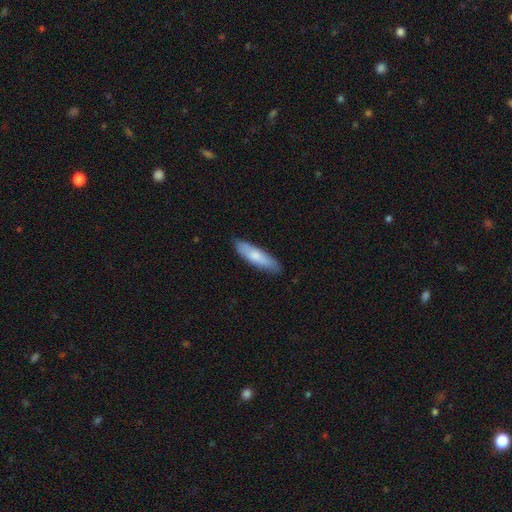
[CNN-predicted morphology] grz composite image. It shows a smooth galaxy with no disk features (74%) that is cigar-shaped (66%). Merging: none (83%).